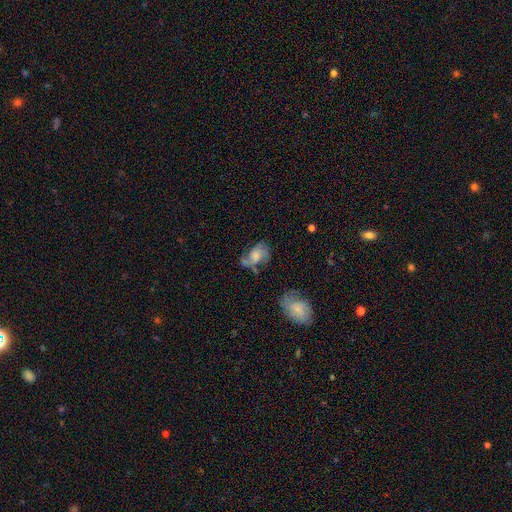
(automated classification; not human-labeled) Smooth or featured? featured or disk (61%)
Edge-on disk? no (97%)
Bar? no (71%)
Spiral arms? yes (83%)
Bulge size? moderate (32%)
Merging? none (40%)